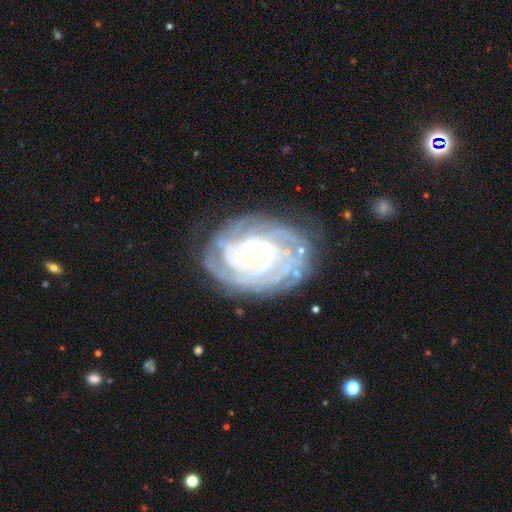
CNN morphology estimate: This appears to be a featured or disk galaxy (89%) with no bar (67%), tight (82%) spiral arms (97%) and a small central bulge (69%). Merging: none (73%).